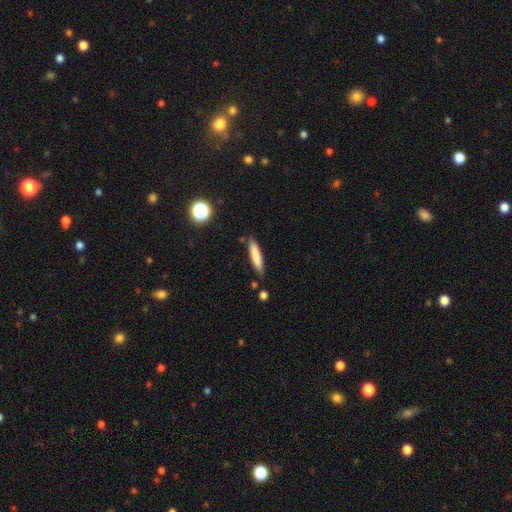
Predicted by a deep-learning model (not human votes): Smooth or featured? smooth (79%)
How rounded? cigar-shaped (88%)
Merging? none (81%)